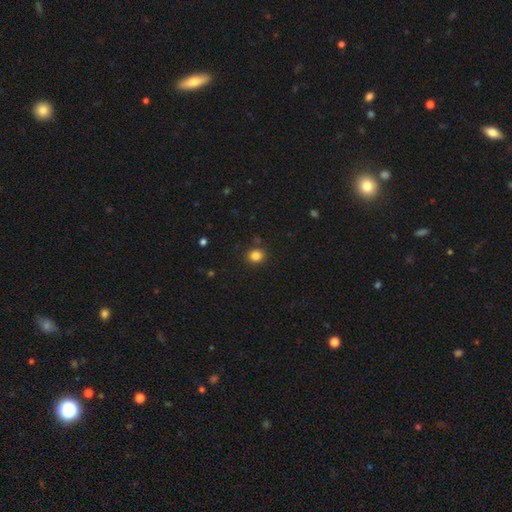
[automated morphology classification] Smooth or featured: smooth — 84% (star or artifact — 12%)
How rounded: round — 72% (in between — 28%)
Merging: none — 86% (minor disturbance — 9%)